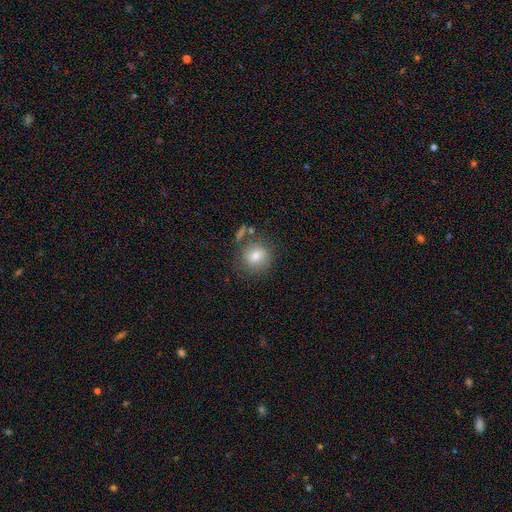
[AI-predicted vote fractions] The model was most divided on "merging": none: 74%, minor disturbance: 13%, merger: 8%, major disturbance: 5%. More confident: how rounded — round (86%); smooth or featured — smooth (78%).